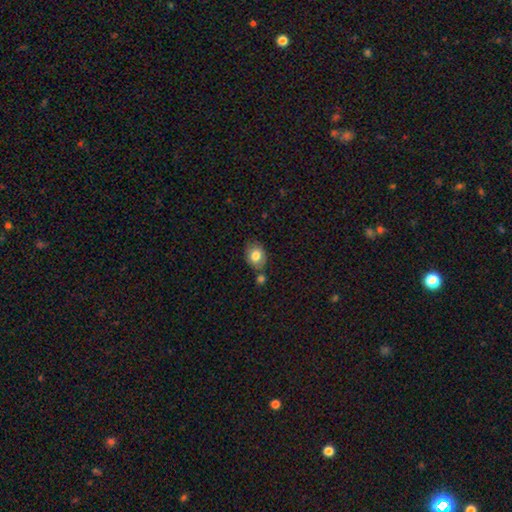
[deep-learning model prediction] This appears to be a smooth galaxy with no disk features (82%) that is in between round and cigar-shaped (59%). Merging: none (67%).